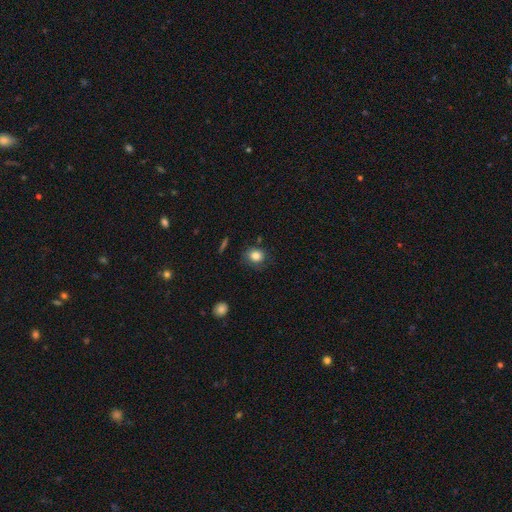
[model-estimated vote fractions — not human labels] smooth 83%, star or artifact 10%, featured or disk 7%. Down the decision tree: how rounded — round (71%); merging — none (76%).